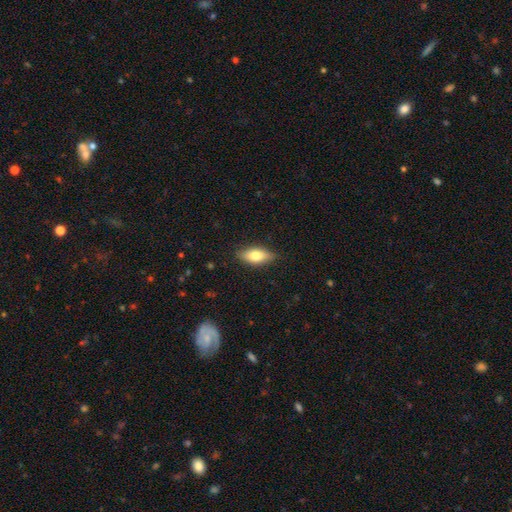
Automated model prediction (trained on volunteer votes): smooth 76%, featured or disk 18%, star or artifact 7%. Down the decision tree: how rounded — in between (83%); merging — none (85%).